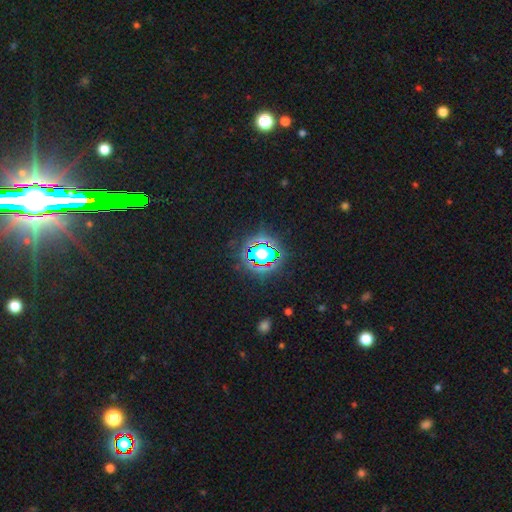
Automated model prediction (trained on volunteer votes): A star or artifact, not a galaxy (67%).

Vote fractions:
- Smooth or featured? star or artifact: 67% / smooth: 22% / featured or disk: 11%